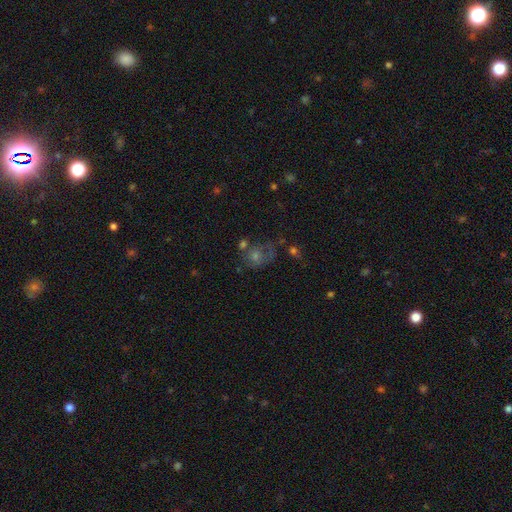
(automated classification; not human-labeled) The model was most divided on "smooth or featured": smooth: 37%, featured or disk: 33%, star or artifact: 30%. Remaining: merging — none (46%).